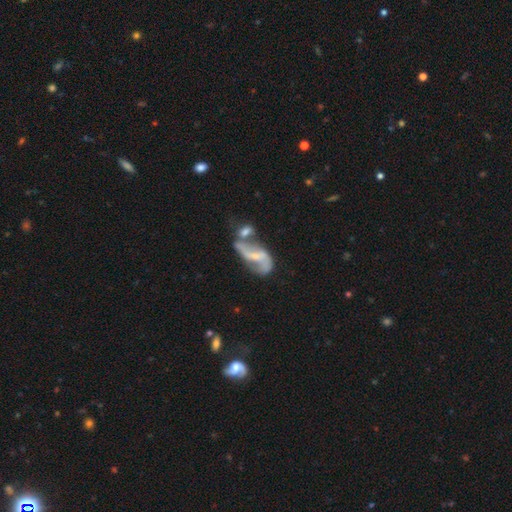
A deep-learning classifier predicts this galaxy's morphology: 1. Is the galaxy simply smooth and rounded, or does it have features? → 76% featured or disk, 17% smooth, 7% star or artifact.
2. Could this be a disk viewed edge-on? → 94% no, 6% yes.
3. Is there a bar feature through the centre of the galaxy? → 40% weak, 33% no, 27% strong.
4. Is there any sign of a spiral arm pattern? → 84% yes, 16% no.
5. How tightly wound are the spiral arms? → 71% loose, 22% medium, 7% tight.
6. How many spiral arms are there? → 85% 2, 7% can't tell, 5% 1, 1% 3, 1% 4, 1% more than 4.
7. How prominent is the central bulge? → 57% small, 29% moderate, 11% none, 2% large, 1% dominant.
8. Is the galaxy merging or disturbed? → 43% merger, 26% none, 16% minor disturbance, 15% major disturbance.